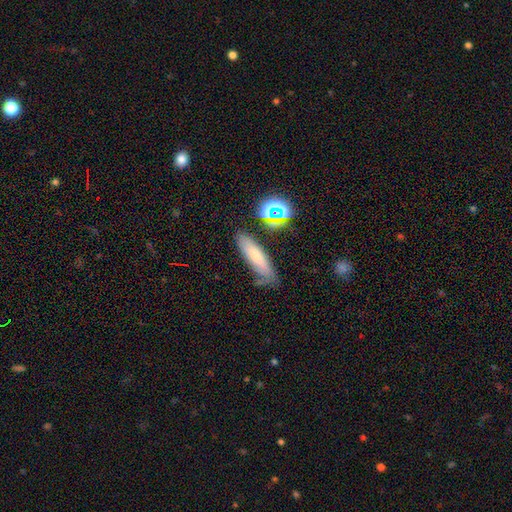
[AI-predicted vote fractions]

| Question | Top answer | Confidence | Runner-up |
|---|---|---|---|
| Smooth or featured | smooth | 65% | featured or disk (21%) |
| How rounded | cigar-shaped | 63% | in between (33%) |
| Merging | none | 70% | minor disturbance (19%) |